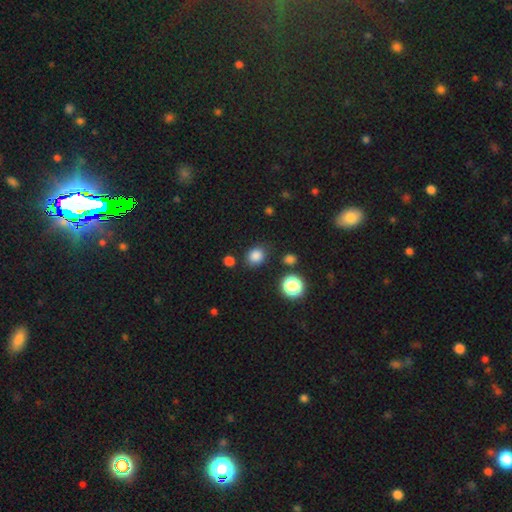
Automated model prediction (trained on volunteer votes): smooth 83%, star or artifact 13%, featured or disk 4%. Down the decision tree: how rounded — round (62%); merging — none (81%).